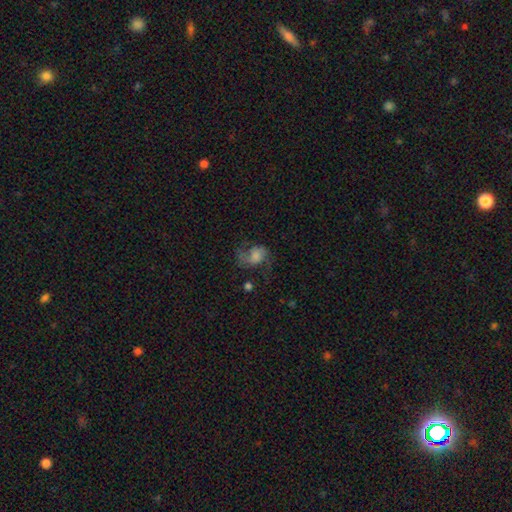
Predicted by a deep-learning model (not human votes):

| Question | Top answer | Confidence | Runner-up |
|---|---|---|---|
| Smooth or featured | featured or disk | 55% | smooth (32%) |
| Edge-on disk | no | 97% | yes (3%) |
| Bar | no | 59% | weak (34%) |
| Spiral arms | yes | 85% | no (15%) |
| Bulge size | moderate | 27% | none (24%) |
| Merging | none | 49% | major disturbance (28%) |